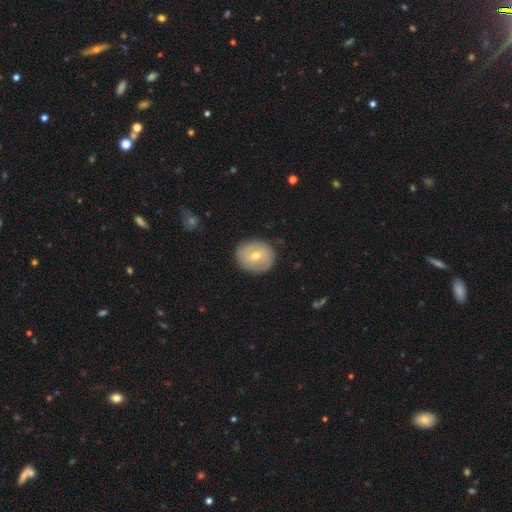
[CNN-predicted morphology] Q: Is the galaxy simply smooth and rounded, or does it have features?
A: smooth — 55%.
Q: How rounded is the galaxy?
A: round — 74%.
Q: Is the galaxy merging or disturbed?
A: none — 85%.